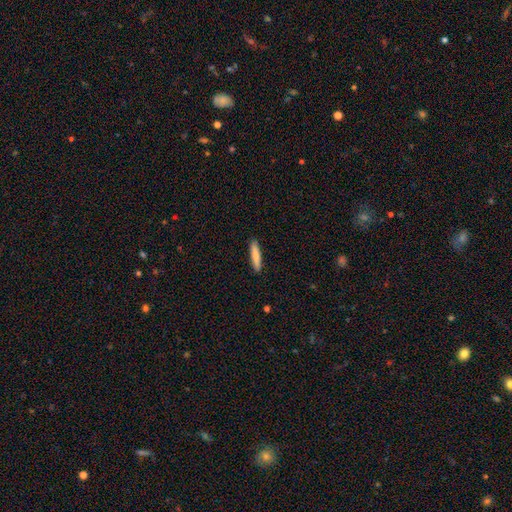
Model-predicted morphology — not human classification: Smooth or featured?
  - smooth: 81% *
  - featured or disk: 14%
  - star or artifact: 5%
How rounded?
  - cigar-shaped: 89% *
  - in between: 10%
  - round: 1%
Merging?
  - none: 91% *
  - minor disturbance: 7%
  - major disturbance: 1%
  - merger: 1%